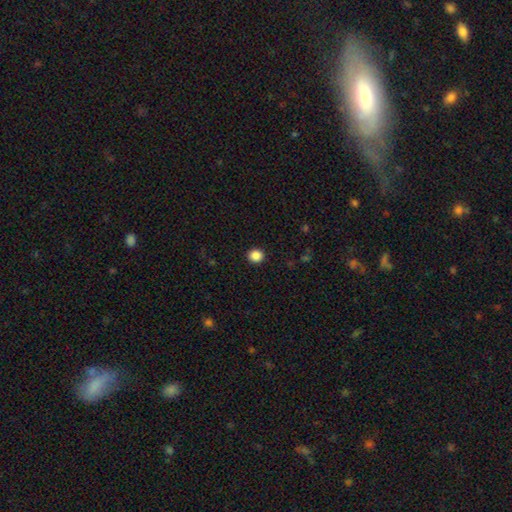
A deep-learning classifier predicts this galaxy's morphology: Smooth or featured? Predicted: smooth (p=0.87). How rounded? Predicted: round (p=0.87). Merging? Predicted: none (p=0.92).